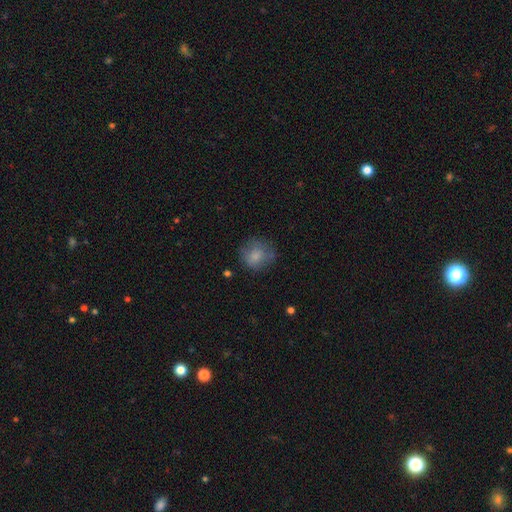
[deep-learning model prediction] This is likely a smooth galaxy (78%). How rounded: clearly round (85%). Merging: likely none (68%).